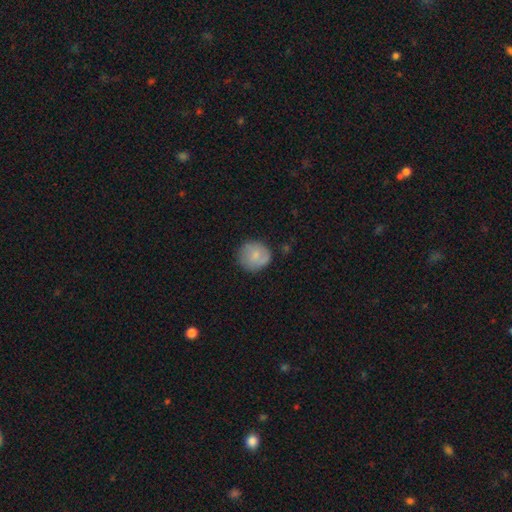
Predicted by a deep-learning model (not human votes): This is likely a smooth galaxy (75%). How rounded: clearly round (89%). Merging: likely none (75%).